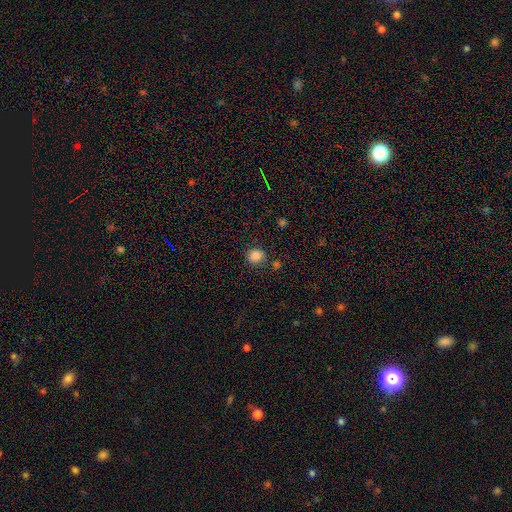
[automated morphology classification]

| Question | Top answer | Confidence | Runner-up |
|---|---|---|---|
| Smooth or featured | smooth | 85% | star or artifact (11%) |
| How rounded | round | 81% | in between (18%) |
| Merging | none | 82% | minor disturbance (10%) |